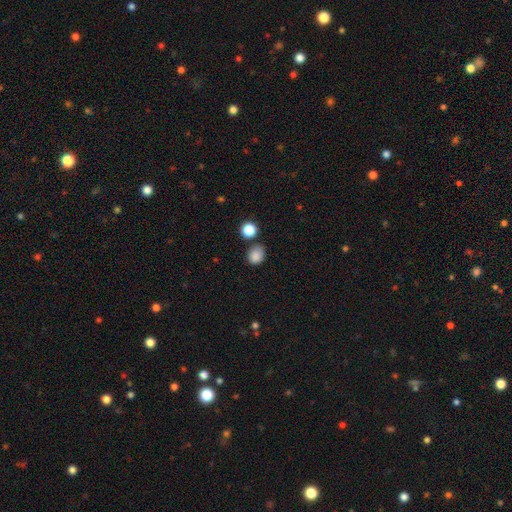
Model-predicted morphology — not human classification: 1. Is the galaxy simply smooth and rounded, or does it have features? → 85% smooth, 11% star or artifact, 4% featured or disk.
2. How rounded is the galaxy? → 58% round, 41% in between, 1% cigar-shaped.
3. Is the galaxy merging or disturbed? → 71% none, 17% minor disturbance, 8% merger, 4% major disturbance.